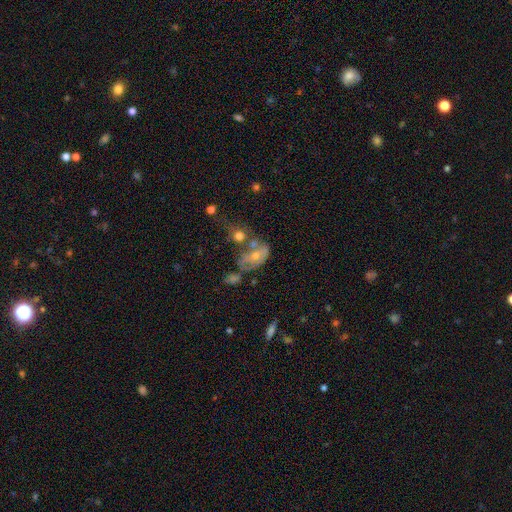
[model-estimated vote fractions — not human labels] featured or disk 56%, smooth 29%, star or artifact 15%. Down the decision tree: edge-on disk — no (93%); bar — no (75%); spiral arms — yes (54%); bulge size — moderate (49%); merging — none (34%).